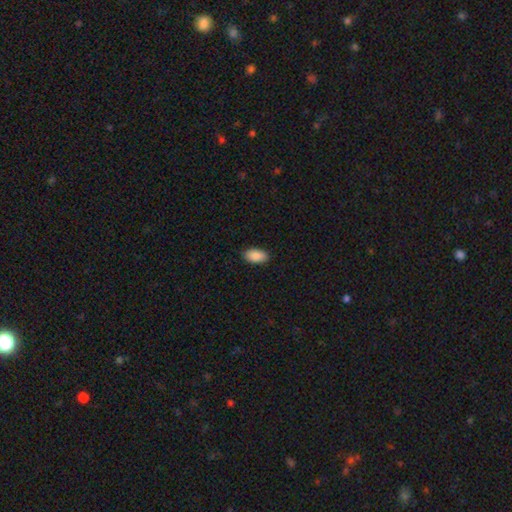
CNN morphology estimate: This is clearly a smooth galaxy (90%). How rounded: clearly in between (95%). Merging: clearly none (89%).